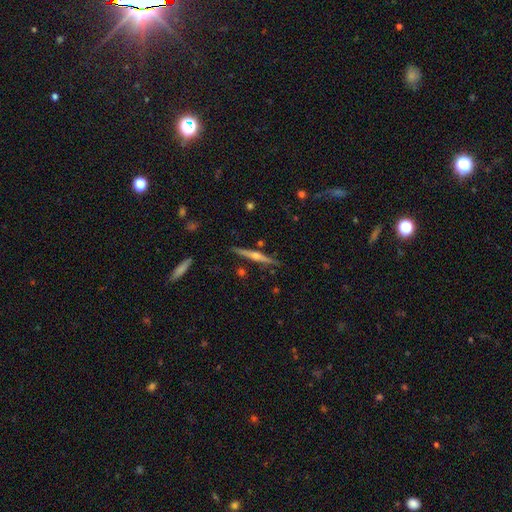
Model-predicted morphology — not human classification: A featured or disk galaxy (77%) viewed edge-on (98%) with a rounded central bulge (89%). Merging: none (88%).